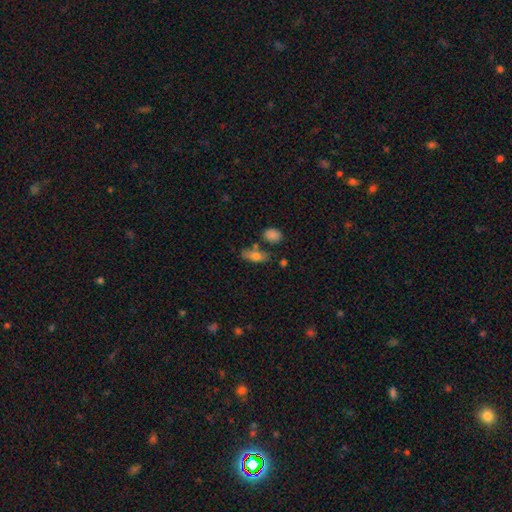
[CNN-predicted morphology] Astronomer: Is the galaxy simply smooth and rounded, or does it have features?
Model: smooth — 77%.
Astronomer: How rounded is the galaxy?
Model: in between — 77%.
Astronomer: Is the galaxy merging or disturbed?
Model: none — 59%.